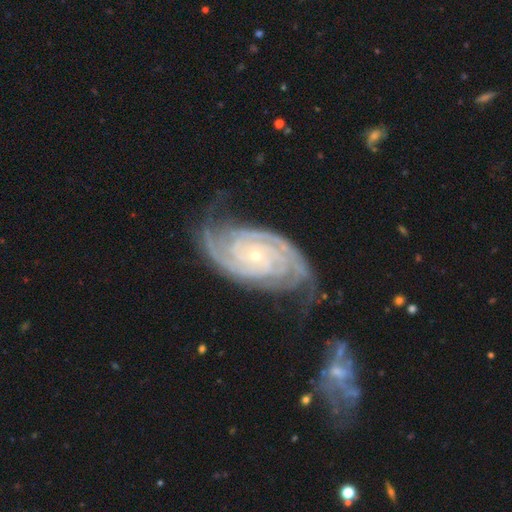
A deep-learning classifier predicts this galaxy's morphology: The model was most divided on "spiral arm count": 2: 32%, 3: 20%, 4: 17%, can't tell: 14%, more than 4: 9%, 1: 7%. More confident: spiral arms — yes (99%); edge-on disk — no (97%); smooth or featured — featured or disk (92%); bulge size — small (82%); spiral winding — tight (79%); bar — no (73%); merging — none (66%).